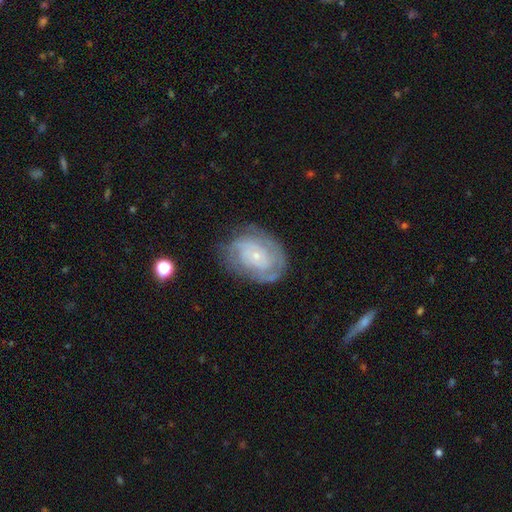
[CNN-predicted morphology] smooth_or_featured: featured or disk (p=0.77) [alt: smooth p=0.17]
disk_edge_on: no (p=0.97) [alt: yes p=0.03]
bar: no (p=0.78) [alt: weak p=0.18]
has_spiral_arms: yes (p=0.86) [alt: no p=0.14]
spiral_winding: tight (p=0.66) [alt: medium p=0.26]
spiral_arm_count: can't tell (p=0.43) [alt: 2 p=0.26]
bulge_size: small (p=0.82) [alt: moderate p=0.13]
merging: none (p=0.70) [alt: minor disturbance p=0.19]